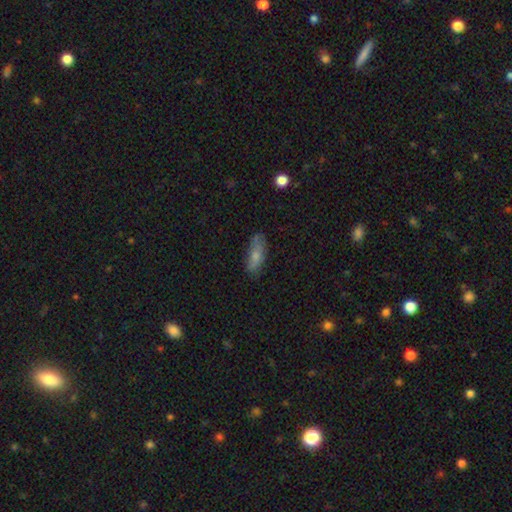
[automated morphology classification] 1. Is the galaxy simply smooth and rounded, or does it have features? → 73% smooth, 20% featured or disk, 7% star or artifact.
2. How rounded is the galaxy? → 62% in between, 35% cigar-shaped, 3% round.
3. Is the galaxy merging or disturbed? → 66% none, 25% minor disturbance, 7% major disturbance, 2% merger.